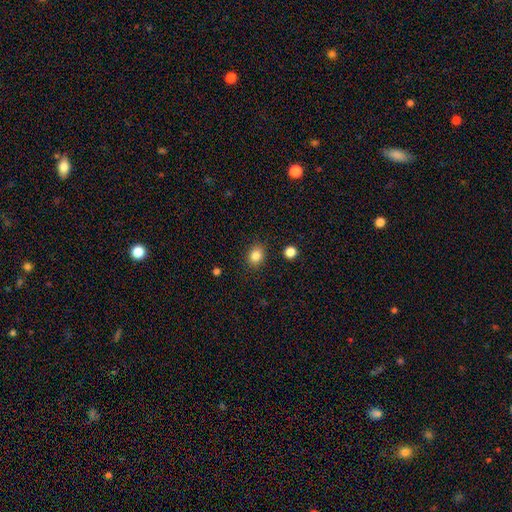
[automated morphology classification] Smooth or featured? Predicted: smooth (p=0.83). How rounded? Predicted: round (p=0.59). Merging? Predicted: none (p=0.87).